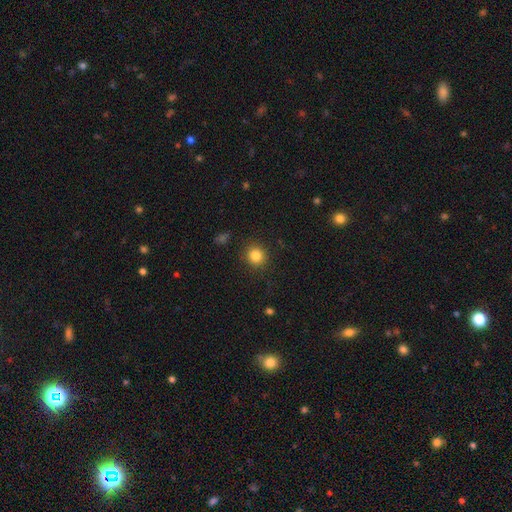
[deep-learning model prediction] Smooth or featured: smooth — 84% (star or artifact — 11%)
How rounded: round — 90% (in between — 9%)
Merging: none — 90% (minor disturbance — 7%)